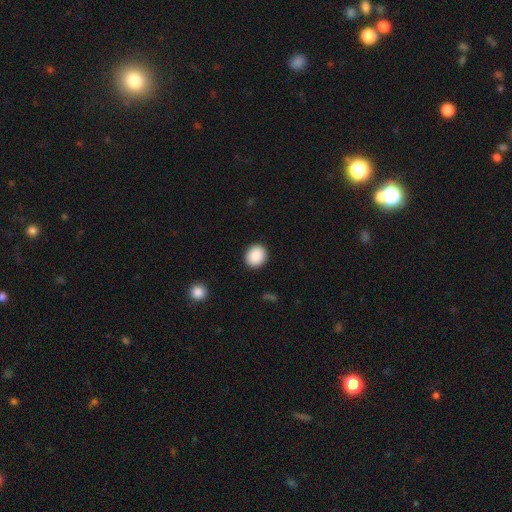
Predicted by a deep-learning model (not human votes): Smooth or featured? smooth (89%)
How rounded? round (79%)
Merging? none (91%)